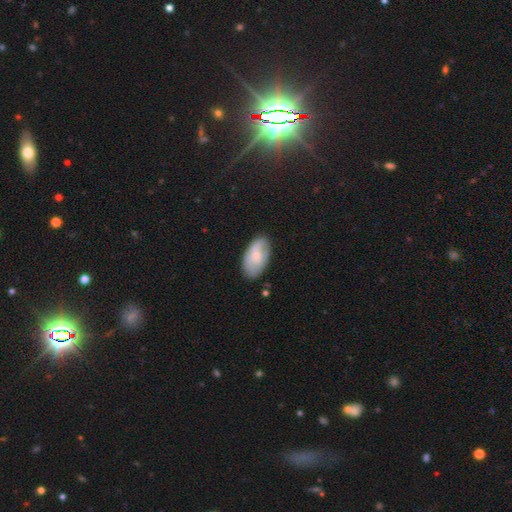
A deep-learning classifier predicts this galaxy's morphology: Smooth or featured?
  - smooth: 64% *
  - featured or disk: 30%
  - star or artifact: 7%
How rounded?
  - in between: 94% *
  - round: 4%
  - cigar-shaped: 2%
Merging?
  - none: 71% *
  - minor disturbance: 21%
  - major disturbance: 5%
  - merger: 2%